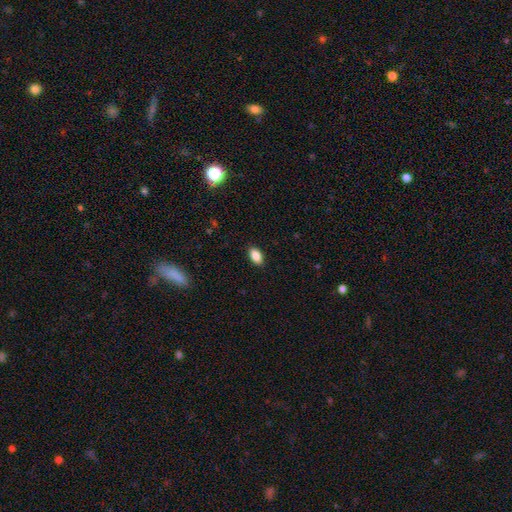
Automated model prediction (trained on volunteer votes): smooth-or-featured: smooth: 88% | star or artifact: 8% | featured or disk: 5%
  how-rounded: in between: 92% | round: 6% | cigar-shaped: 3%
  merging: none: 89% | minor disturbance: 8% | major disturbance: 2% | merger: 1%